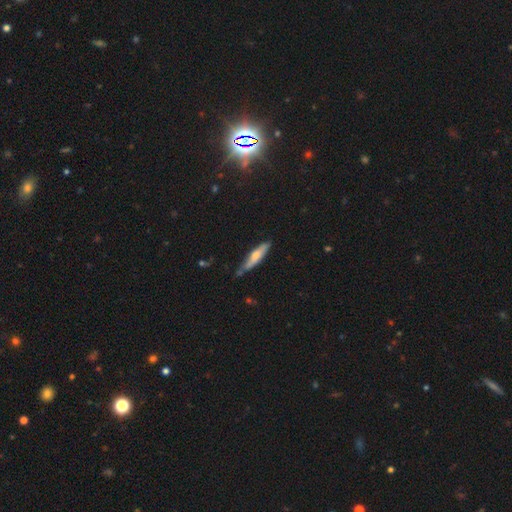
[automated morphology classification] Smooth or featured? Predicted: smooth (p=0.55). How rounded? Predicted: cigar-shaped (p=0.81). Merging? Predicted: none (p=0.65).